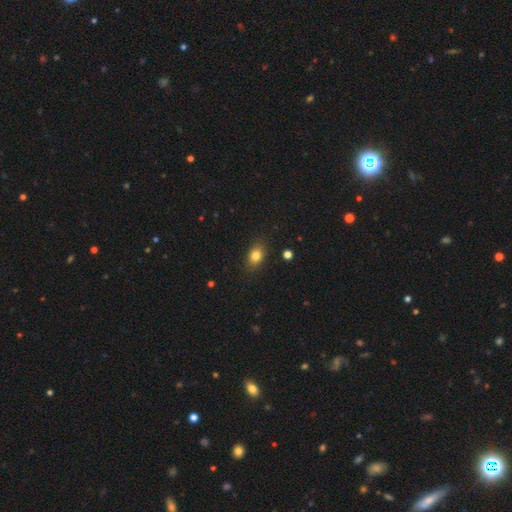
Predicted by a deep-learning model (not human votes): The model was most divided on "how rounded": in between: 73%, round: 25%, cigar-shaped: 2%. More confident: merging — none (84%); smooth or featured — smooth (82%).